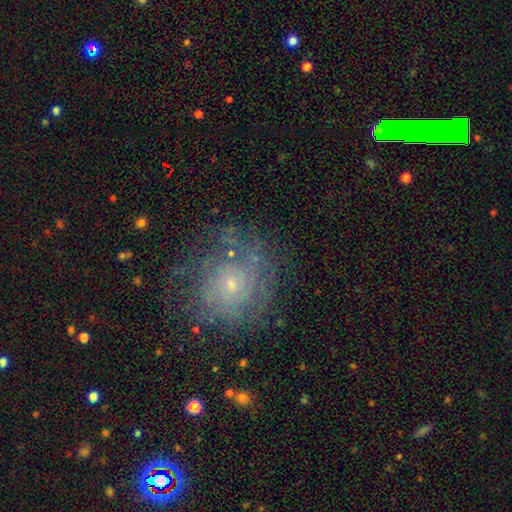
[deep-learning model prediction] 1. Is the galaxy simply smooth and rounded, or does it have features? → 57% featured or disk, 28% smooth, 15% star or artifact.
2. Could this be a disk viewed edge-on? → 97% no, 3% yes.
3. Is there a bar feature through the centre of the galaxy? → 83% no, 15% weak, 2% strong.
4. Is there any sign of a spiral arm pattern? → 74% yes, 26% no.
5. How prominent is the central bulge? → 73% small, 21% moderate, 3% none, 2% large, 1% dominant.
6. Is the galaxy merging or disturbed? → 68% none, 18% minor disturbance, 12% major disturbance, 2% merger.